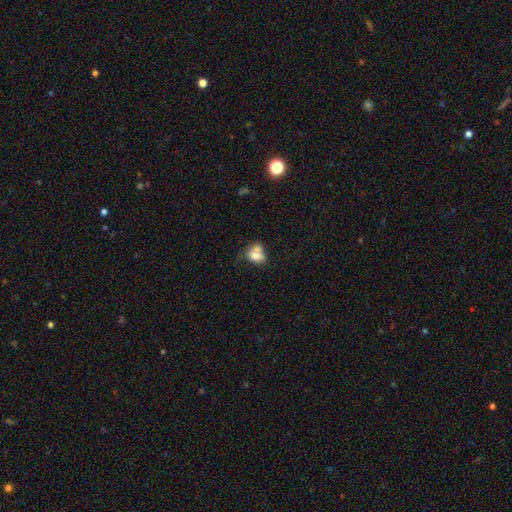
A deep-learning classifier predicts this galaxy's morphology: Smooth or featured: smooth — 70% (featured or disk — 21%)
How rounded: in between — 64% (round — 34%)
Merging: merger — 55% (none — 23%)